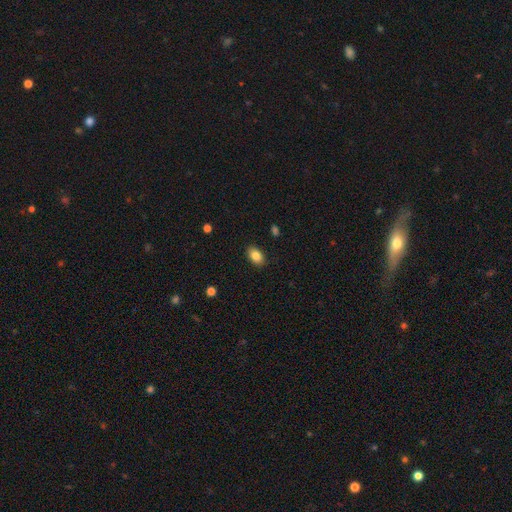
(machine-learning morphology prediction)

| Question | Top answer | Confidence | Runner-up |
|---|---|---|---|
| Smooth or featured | smooth | 85% | star or artifact (9%) |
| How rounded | in between | 87% | round (12%) |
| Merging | none | 88% | minor disturbance (9%) |